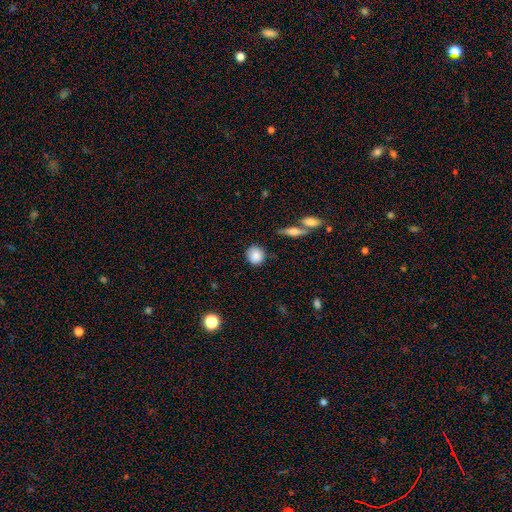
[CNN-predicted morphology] This is clearly a smooth galaxy (85%). How rounded: clearly round (85%). Merging: clearly none (83%).